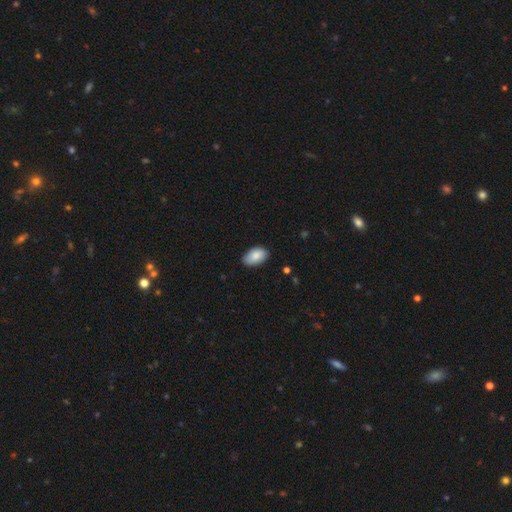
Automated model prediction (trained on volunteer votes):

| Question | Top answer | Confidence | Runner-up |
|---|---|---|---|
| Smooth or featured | smooth | 85% | featured or disk (8%) |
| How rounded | in between | 94% | round (5%) |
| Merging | none | 83% | minor disturbance (14%) |